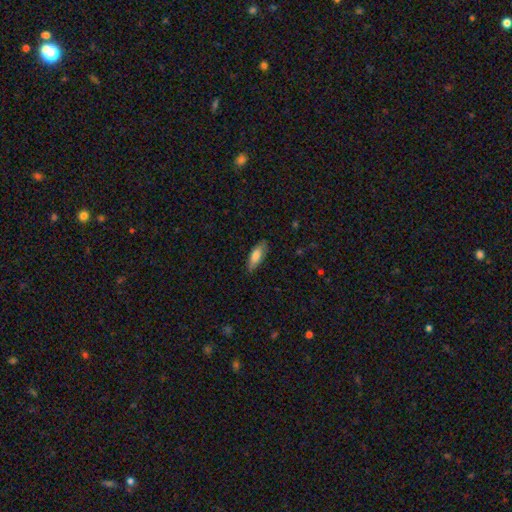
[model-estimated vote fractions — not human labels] Smooth or featured? Predicted: smooth (p=0.78). How rounded? Predicted: in between (p=0.63). Merging? Predicted: none (p=0.82).